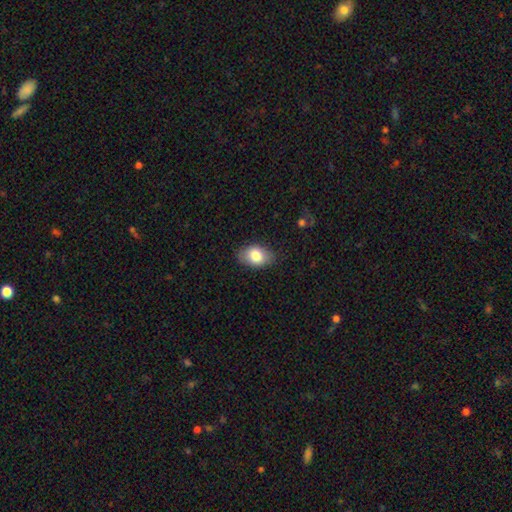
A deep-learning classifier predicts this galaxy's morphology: Overall: smooth (82%). How rounded: in between (85%). Merging: none (81%).